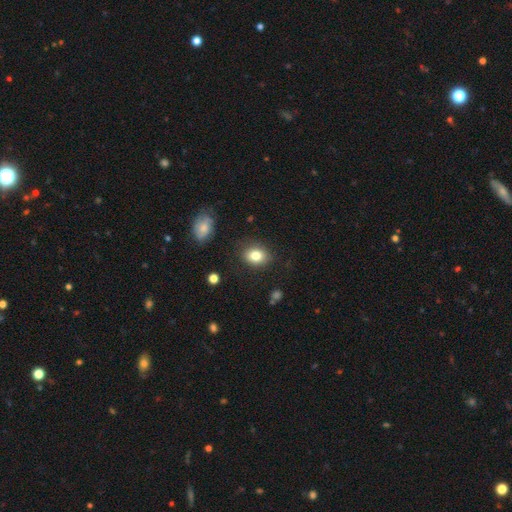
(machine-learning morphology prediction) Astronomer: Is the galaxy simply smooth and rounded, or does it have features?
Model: smooth — 82%.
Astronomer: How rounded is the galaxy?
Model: in between — 58% (runner-up: round, 41%).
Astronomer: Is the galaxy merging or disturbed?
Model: none — 83%.